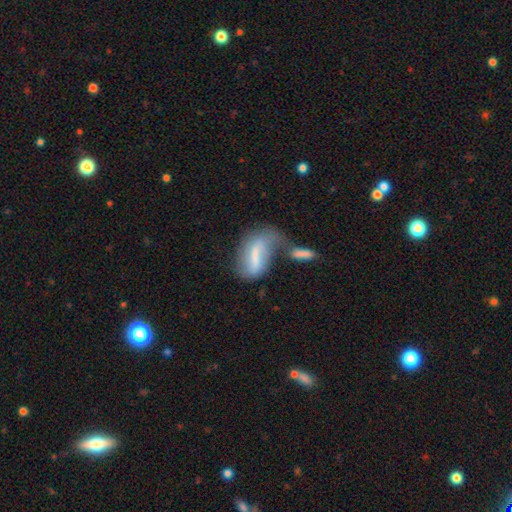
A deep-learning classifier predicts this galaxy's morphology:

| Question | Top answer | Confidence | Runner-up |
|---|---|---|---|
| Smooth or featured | smooth | 47% | featured or disk (44%) |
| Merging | merger | 36% | major disturbance (24%) |